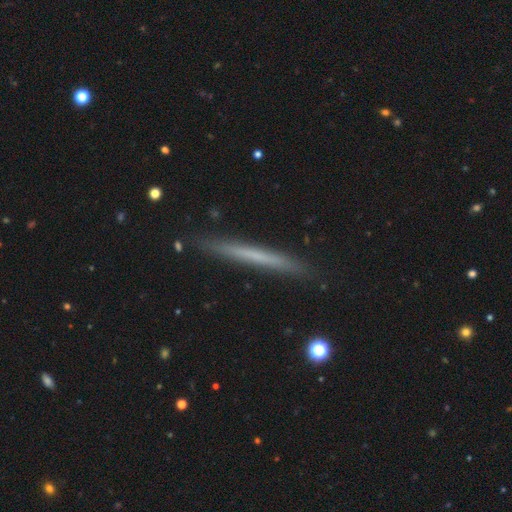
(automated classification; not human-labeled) smooth-or-featured: smooth: 51% | featured or disk: 43% | star or artifact: 7%
  how-rounded: cigar-shaped: 97% | in between: 2% | round: 1%
  merging: none: 89% | minor disturbance: 8% | major disturbance: 1% | merger: 1%